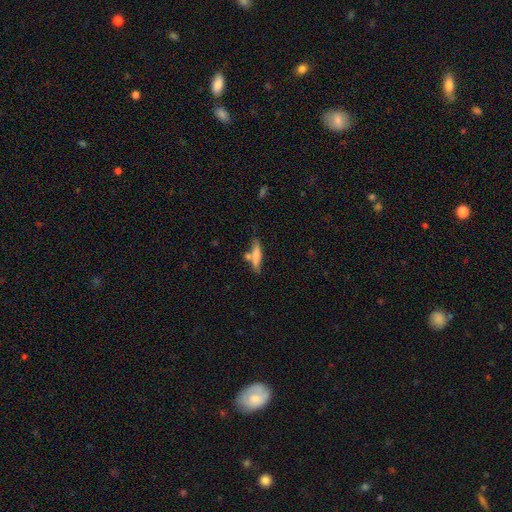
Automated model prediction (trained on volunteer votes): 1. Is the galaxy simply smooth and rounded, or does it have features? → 66% smooth, 27% featured or disk, 6% star or artifact.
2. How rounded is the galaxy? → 79% cigar-shaped, 19% in between, 2% round.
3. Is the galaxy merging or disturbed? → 63% none, 17% merger, 16% minor disturbance, 4% major disturbance.